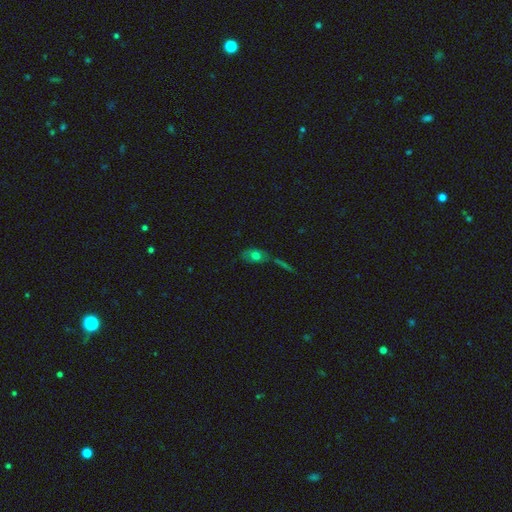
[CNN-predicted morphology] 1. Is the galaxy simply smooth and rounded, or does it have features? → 63% smooth, 23% featured or disk, 15% star or artifact.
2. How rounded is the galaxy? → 77% in between, 16% round, 7% cigar-shaped.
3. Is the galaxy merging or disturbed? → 51% none, 21% merger, 19% minor disturbance, 10% major disturbance.